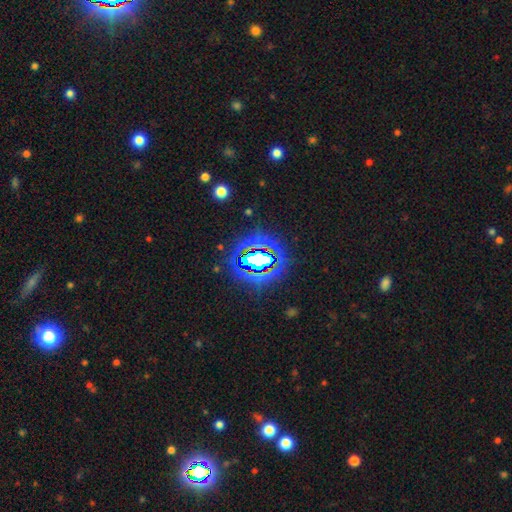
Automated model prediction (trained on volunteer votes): Smooth or featured? star or artifact (77%)